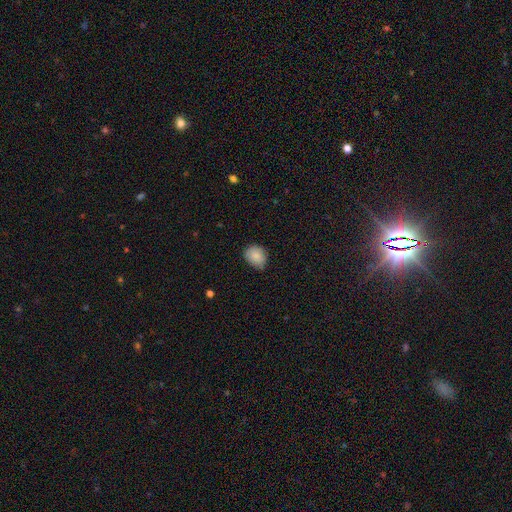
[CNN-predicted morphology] Q: Smooth or featured?
A: smooth (86%); runner-up: star or artifact (8%)
Q: How rounded?
A: round (52%); runner-up: in between (47%)
Q: Merging?
A: none (65%); runner-up: minor disturbance (30%)